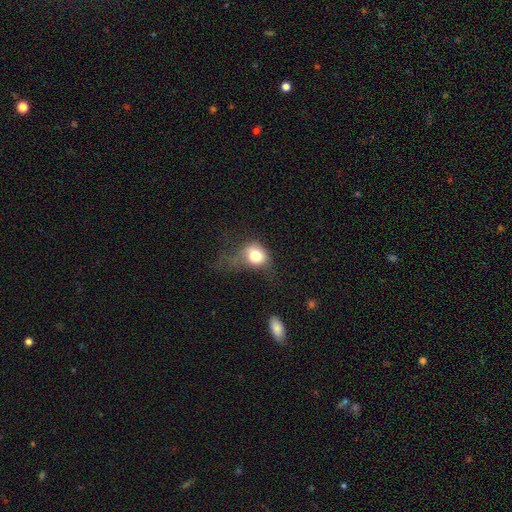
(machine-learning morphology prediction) smooth 73%, featured or disk 17%, star or artifact 11%. Down the decision tree: how rounded — round (60%); merging — major disturbance (39%).